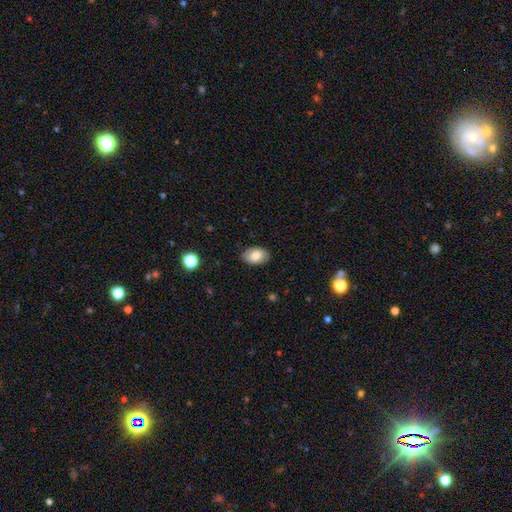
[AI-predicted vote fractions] smooth 82%, featured or disk 11%, star or artifact 7%. Down the decision tree: how rounded — in between (90%); merging — none (87%).